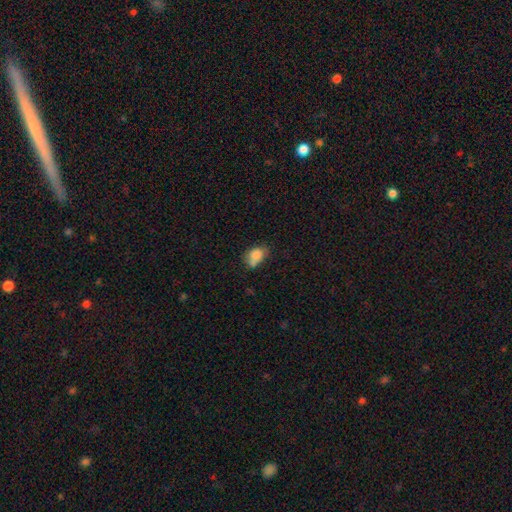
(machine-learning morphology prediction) This appears to be a smooth galaxy with no disk features (80%) that is in between round and cigar-shaped (74%). Merging: none (44%).